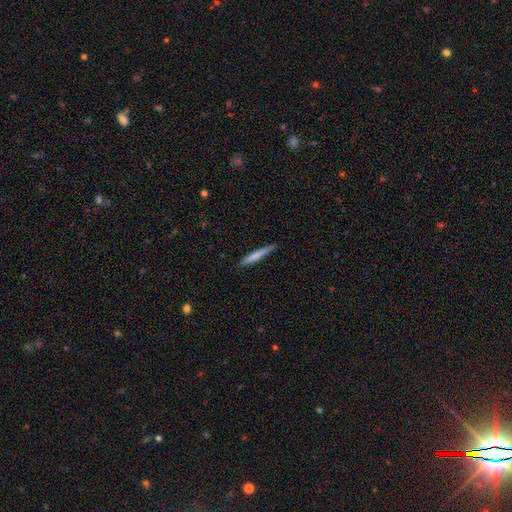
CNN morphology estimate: type=smooth (69%); roundness=cigar-shaped (95%); merging=none (88%).